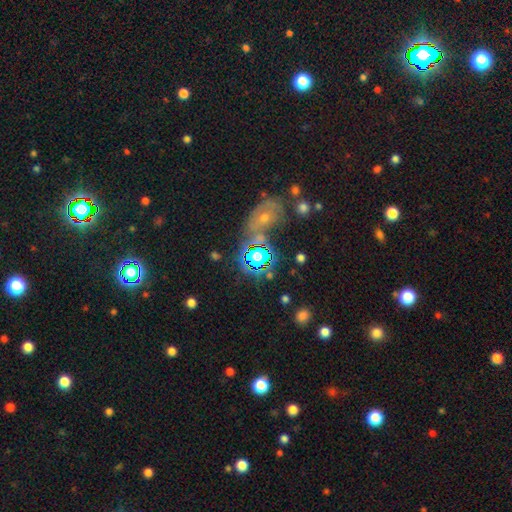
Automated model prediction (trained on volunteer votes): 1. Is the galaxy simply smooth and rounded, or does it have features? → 51% star or artifact, 35% smooth, 14% featured or disk.